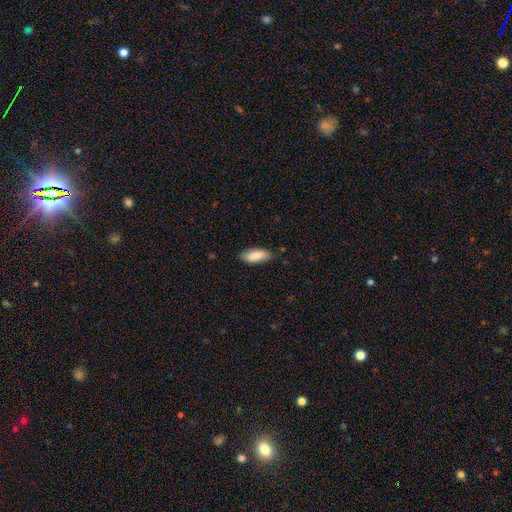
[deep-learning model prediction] smooth-or-featured: smooth: 84% | featured or disk: 9% | star or artifact: 6%
  how-rounded: in between: 79% | cigar-shaped: 19% | round: 2%
  merging: none: 80% | minor disturbance: 16% | major disturbance: 2% | merger: 1%